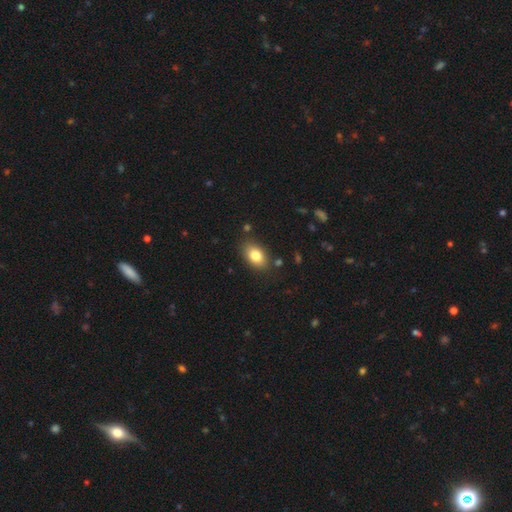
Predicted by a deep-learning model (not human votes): Q: Smooth or featured?
A: smooth (81%); runner-up: featured or disk (11%)
Q: How rounded?
A: in between (86%); runner-up: round (12%)
Q: Merging?
A: none (82%); runner-up: minor disturbance (12%)